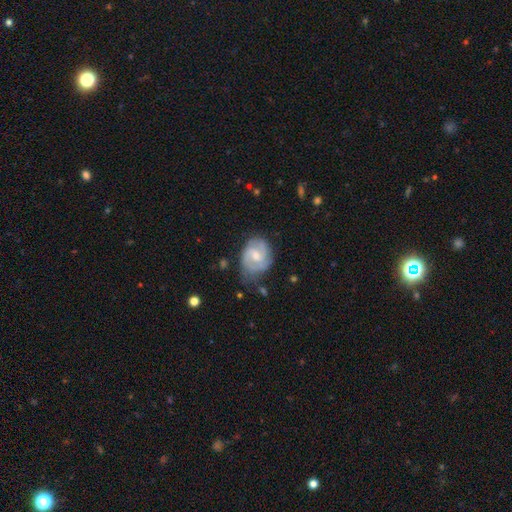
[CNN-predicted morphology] featured or disk 79%, smooth 16%, star or artifact 5%. Down the decision tree: edge-on disk — no (98%); bar — weak (52%); spiral arms — yes (95%); spiral arm count — 2 (64%); spiral winding — medium (47%); bulge size — moderate (49%); merging — none (66%).